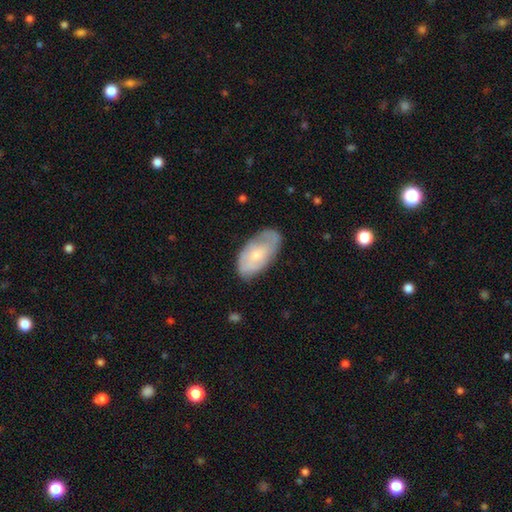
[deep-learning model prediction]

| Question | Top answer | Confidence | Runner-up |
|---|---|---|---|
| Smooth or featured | smooth | 51% | featured or disk (43%) |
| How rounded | in between | 94% | round (4%) |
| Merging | none | 65% | minor disturbance (26%) |